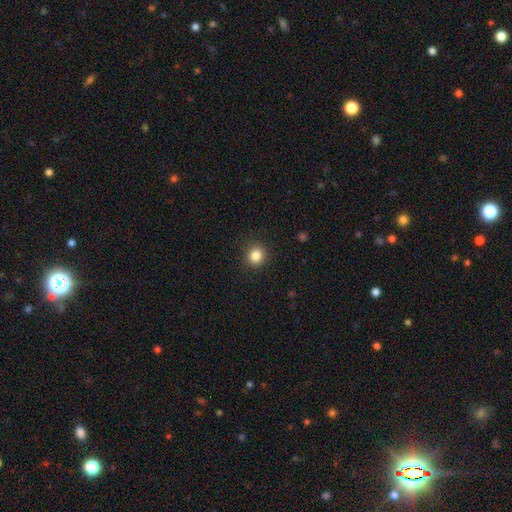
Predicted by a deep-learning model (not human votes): smooth_or_featured: smooth (p=0.84) [alt: star or artifact p=0.11]
how_rounded: round (p=0.88) [alt: in between p=0.11]
merging: none (p=0.91) [alt: minor disturbance p=0.06]